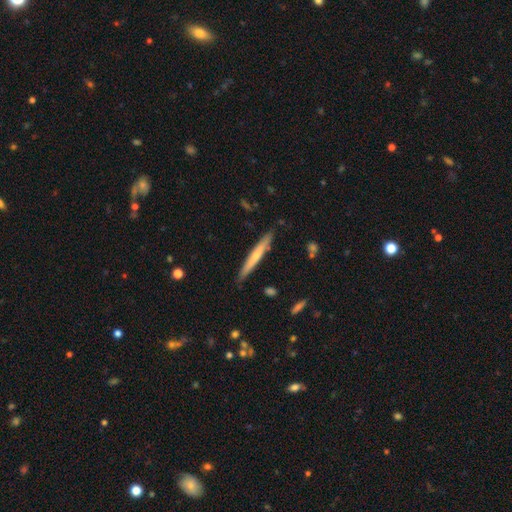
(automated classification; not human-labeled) Overall: smooth (53%; featured or disk 42%). How rounded: cigar-shaped (96%). Merging: none (87%).